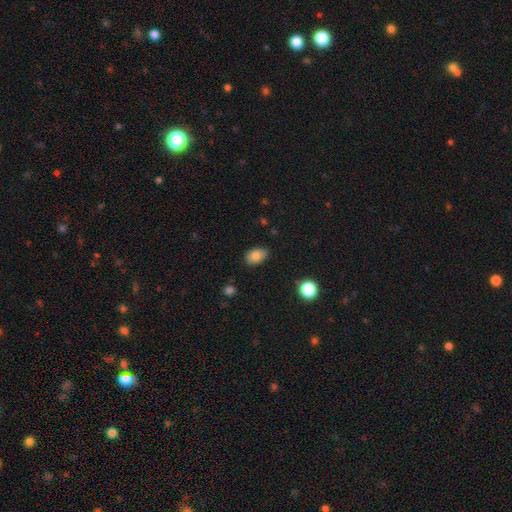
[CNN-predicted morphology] Smooth or featured? Predicted: smooth (p=0.81). How rounded? Predicted: in between (p=0.86). Merging? Predicted: none (p=0.80).